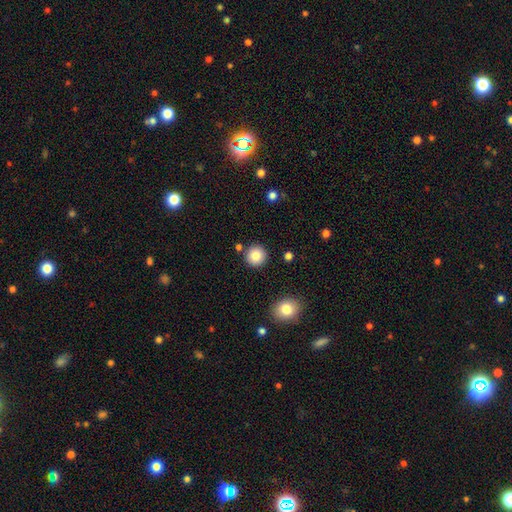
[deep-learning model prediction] Smooth or featured: smooth — 86% (star or artifact — 9%)
How rounded: round — 94% (in between — 5%)
Merging: none — 88% (minor disturbance — 6%)